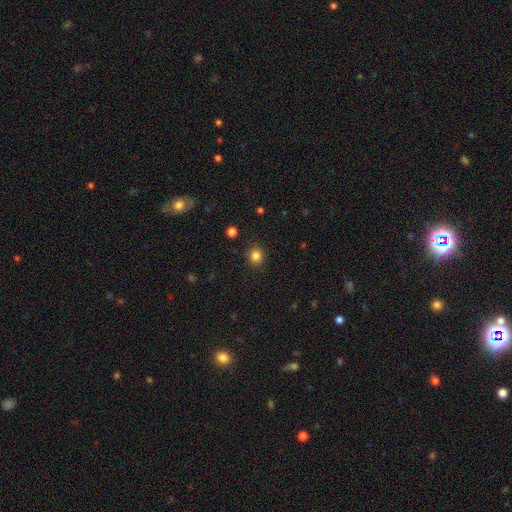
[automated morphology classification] smooth_or_featured: smooth (p=0.83) [alt: star or artifact p=0.12]
how_rounded: round (p=0.83) [alt: in between p=0.16]
merging: none (p=0.89) [alt: minor disturbance p=0.07]